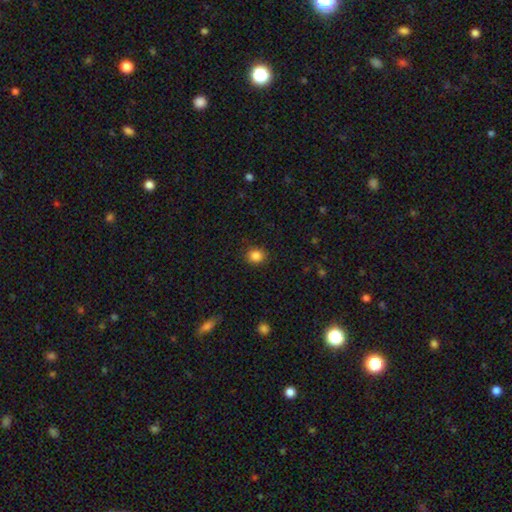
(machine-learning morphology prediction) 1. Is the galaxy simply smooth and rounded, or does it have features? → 86% smooth, 11% star or artifact, 4% featured or disk.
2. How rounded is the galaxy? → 80% round, 19% in between, 1% cigar-shaped.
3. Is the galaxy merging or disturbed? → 89% none, 8% minor disturbance, 2% major disturbance, 1% merger.